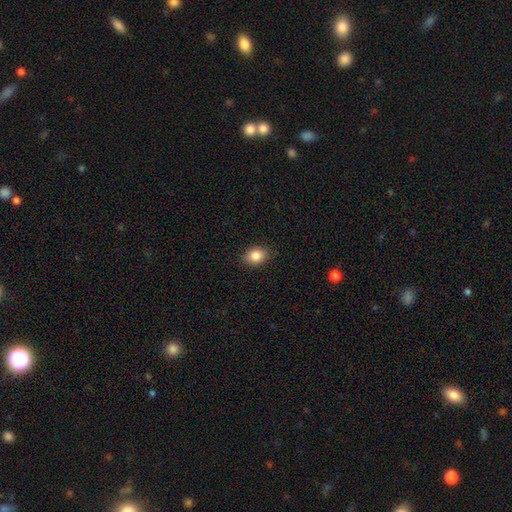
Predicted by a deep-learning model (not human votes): Smooth or featured: smooth — 87% (star or artifact — 8%)
How rounded: in between — 70% (round — 29%)
Merging: none — 87% (minor disturbance — 10%)